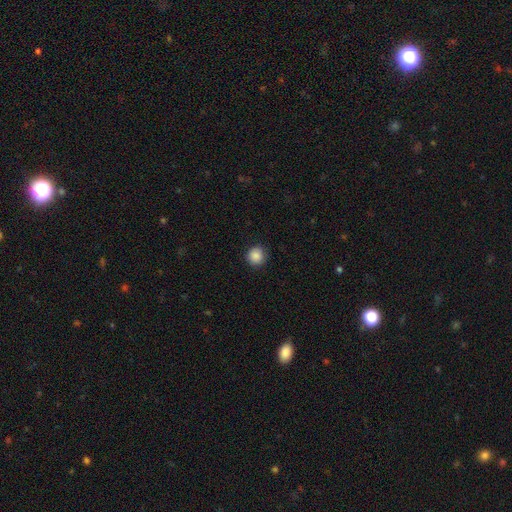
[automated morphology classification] A smooth galaxy with no disk features (87%) that is round (93%). Merging: none (88%).